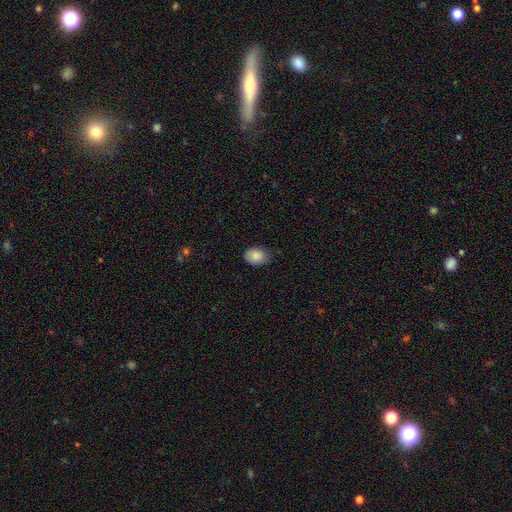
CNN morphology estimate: Smooth or featured? Predicted: smooth (p=0.88). How rounded? Predicted: in between (p=0.71). Merging? Predicted: none (p=0.79).